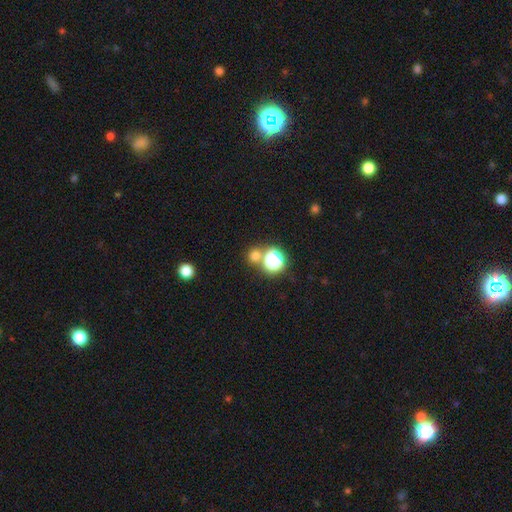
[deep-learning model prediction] This appears to be a smooth galaxy with no disk features (68%) that is round (85%). Merging: none (65%).